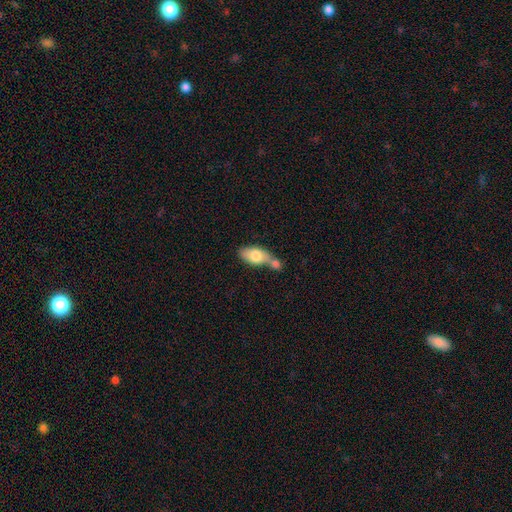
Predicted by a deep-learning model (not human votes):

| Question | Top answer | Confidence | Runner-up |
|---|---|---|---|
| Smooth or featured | smooth | 74% | featured or disk (20%) |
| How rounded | in between | 89% | cigar-shaped (6%) |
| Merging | merger | 56% | none (26%) |